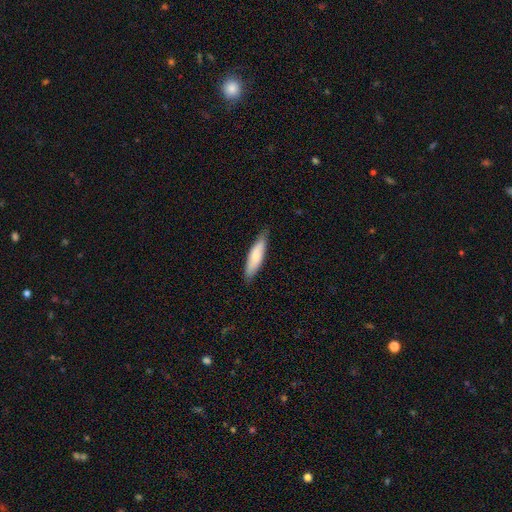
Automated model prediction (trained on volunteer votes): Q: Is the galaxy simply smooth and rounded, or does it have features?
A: smooth — 76%.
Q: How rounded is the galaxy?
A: cigar-shaped — 70%.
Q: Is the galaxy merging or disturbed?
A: none — 80%.